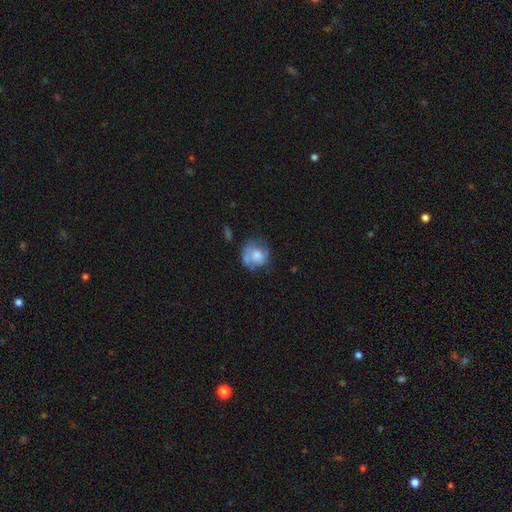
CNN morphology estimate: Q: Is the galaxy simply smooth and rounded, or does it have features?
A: smooth — 55%.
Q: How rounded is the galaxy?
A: round — 75%.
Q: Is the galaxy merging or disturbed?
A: none — 49%.